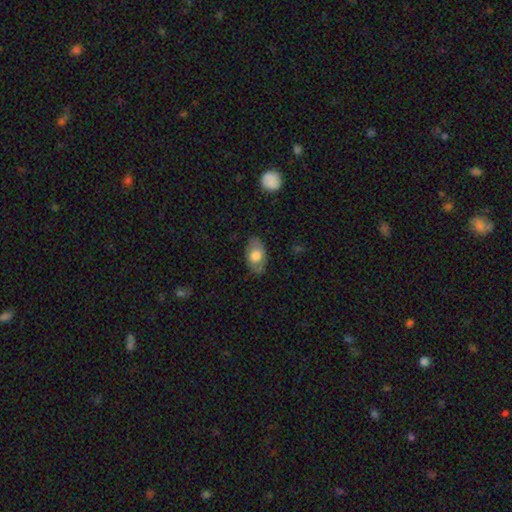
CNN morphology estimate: A smooth galaxy with no disk features (64%) that is in between round and cigar-shaped (90%).

Vote fractions:
- Smooth or featured? smooth: 64% / featured or disk: 30% / star or artifact: 6%
- How rounded? in between: 90% / round: 8% / cigar-shaped: 2%
- Merging? none: 78% / minor disturbance: 17% / major disturbance: 4% / merger: 1%